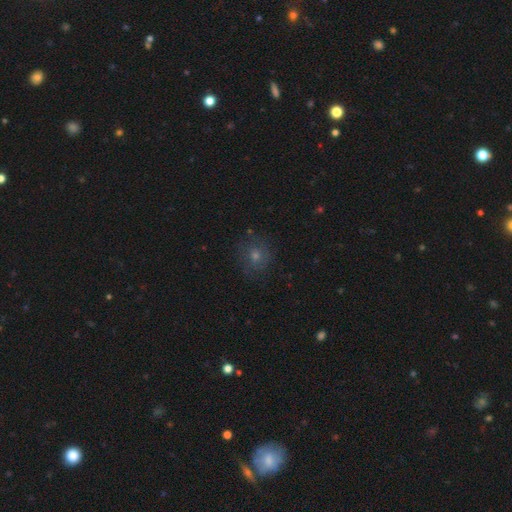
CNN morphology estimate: Smooth or featured? smooth (49%)
Merging? none (83%)